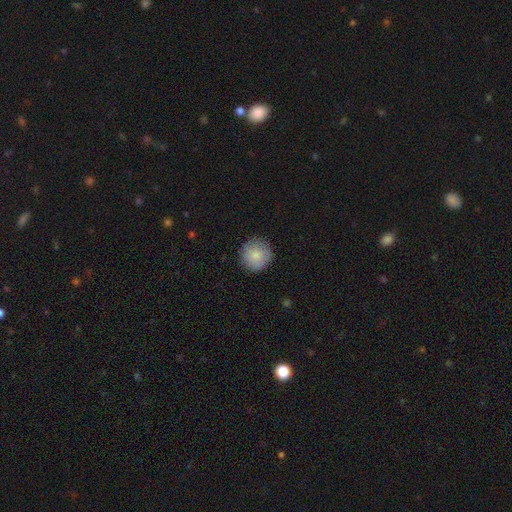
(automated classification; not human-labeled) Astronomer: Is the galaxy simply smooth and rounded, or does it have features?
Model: smooth — 84%.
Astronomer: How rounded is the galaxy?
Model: round — 95%.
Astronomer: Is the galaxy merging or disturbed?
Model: none — 88%.